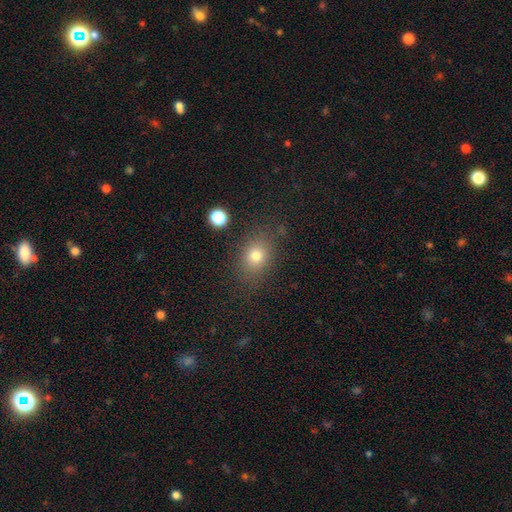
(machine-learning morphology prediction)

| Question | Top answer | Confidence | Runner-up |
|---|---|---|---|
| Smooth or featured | smooth | 76% | star or artifact (14%) |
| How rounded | in between | 57% | round (41%) |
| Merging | none | 79% | minor disturbance (13%) |